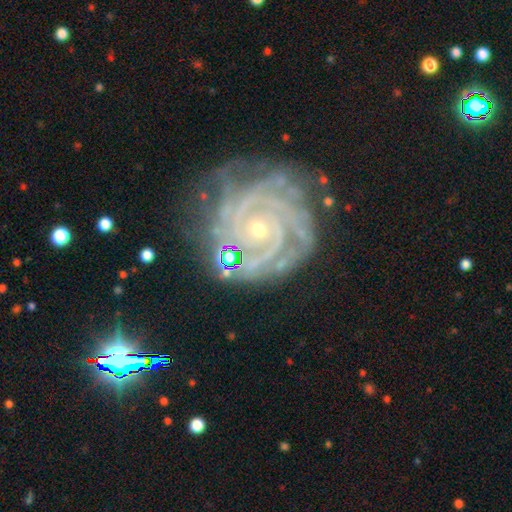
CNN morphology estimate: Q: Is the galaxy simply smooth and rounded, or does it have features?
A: featured or disk — 90%.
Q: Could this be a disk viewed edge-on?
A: no — 98%.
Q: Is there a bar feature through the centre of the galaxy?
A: no — 73%.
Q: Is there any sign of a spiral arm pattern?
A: yes — 98%.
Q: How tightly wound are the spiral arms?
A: tight — 85%.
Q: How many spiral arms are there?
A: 3 — 25%.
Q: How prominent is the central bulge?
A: small — 77%.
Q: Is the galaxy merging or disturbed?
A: none — 73%.